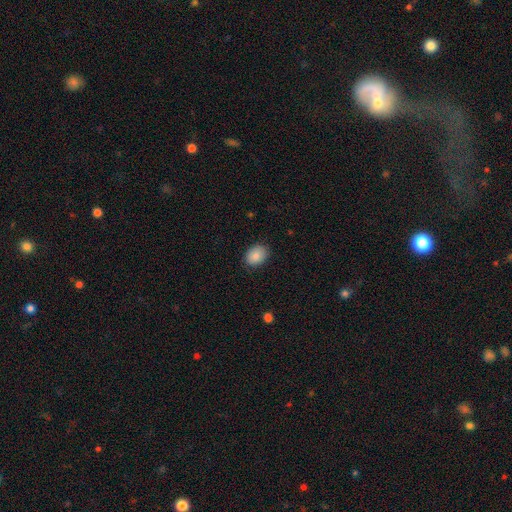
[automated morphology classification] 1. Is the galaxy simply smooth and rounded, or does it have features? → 88% smooth, 7% star or artifact, 5% featured or disk.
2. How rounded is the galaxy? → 72% in between, 27% round, 1% cigar-shaped.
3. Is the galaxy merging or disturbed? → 85% none, 12% minor disturbance, 3% major disturbance, 1% merger.